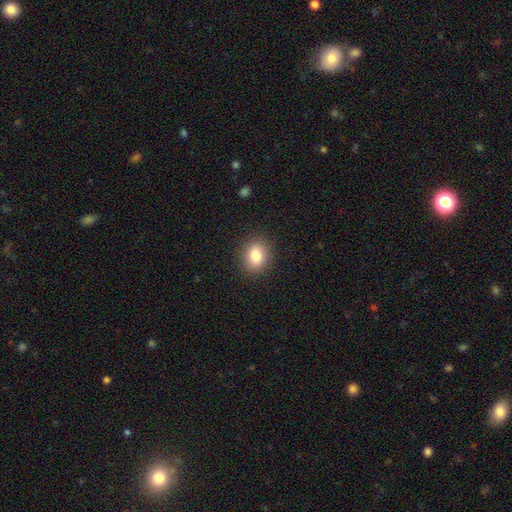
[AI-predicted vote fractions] Smooth or featured?
  - smooth: 82% *
  - star or artifact: 10%
  - featured or disk: 8%
How rounded?
  - round: 50% *
  - in between: 49%
  - cigar-shaped: 1%
Merging?
  - none: 89% *
  - minor disturbance: 8%
  - major disturbance: 2%
  - merger: 1%